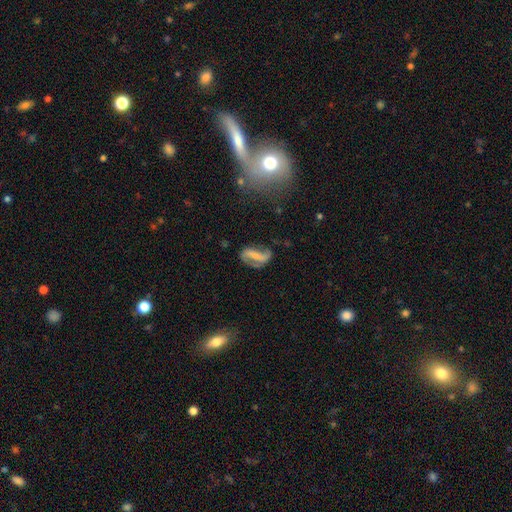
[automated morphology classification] smooth_or_featured: featured or disk (p=0.71) [alt: smooth p=0.21]
disk_edge_on: no (p=0.95) [alt: yes p=0.05]
bar: strong (p=0.54) [alt: weak p=0.27]
has_spiral_arms: yes (p=0.84) [alt: no p=0.16]
spiral_winding: loose (p=0.54) [alt: medium p=0.32]
spiral_arm_count: 2 (p=0.83) [alt: 1 p=0.09]
bulge_size: none (p=0.45) [alt: small p=0.33]
merging: none (p=0.54) [alt: minor disturbance p=0.22]